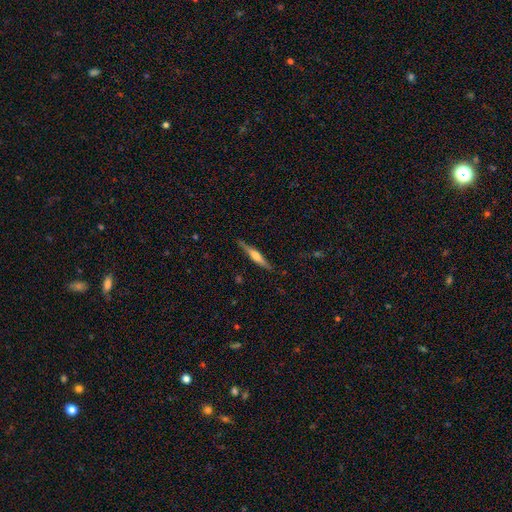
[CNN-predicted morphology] Smooth or featured? Predicted: featured or disk (p=0.62). Edge-on disk? Predicted: yes (p=0.97). Edge-on bulge? Predicted: rounded (p=0.71). Merging? Predicted: none (p=0.86).